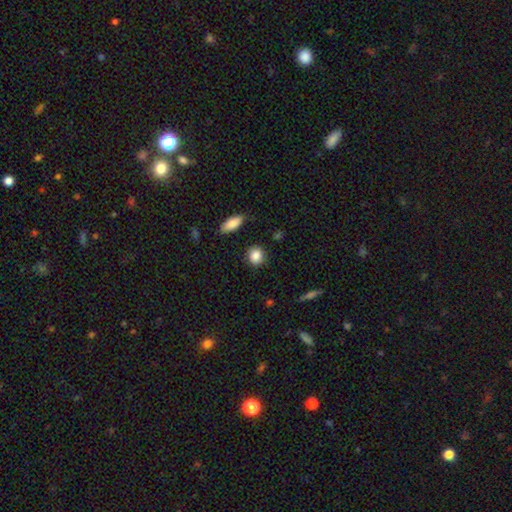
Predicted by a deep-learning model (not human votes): The model was most divided on "how rounded": round: 77%, in between: 21%, cigar-shaped: 2%. More confident: merging — none (87%); smooth or featured — smooth (86%).